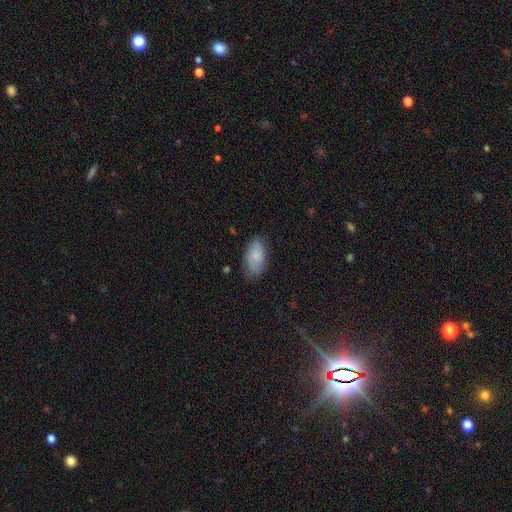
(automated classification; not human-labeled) A smooth galaxy with no disk features (78%) that is in between round and cigar-shaped (93%).

Vote fractions:
- Smooth or featured? smooth: 78% / featured or disk: 15% / star or artifact: 7%
- How rounded? in between: 93% / cigar-shaped: 4% / round: 3%
- Merging? none: 72% / minor disturbance: 22% / major disturbance: 5% / merger: 1%